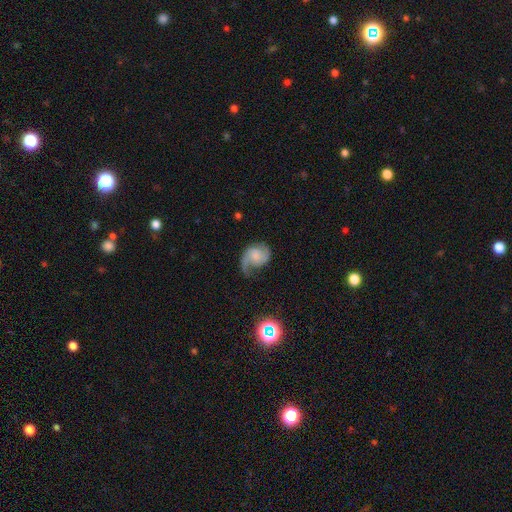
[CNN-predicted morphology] featured or disk 73%, smooth 19%, star or artifact 8%. Down the decision tree: edge-on disk — no (98%); bar — no (68%); spiral arms — yes (94%); spiral arm count — 2 (62%); spiral winding — medium (42%); bulge size — small (34%); merging — none (47%).